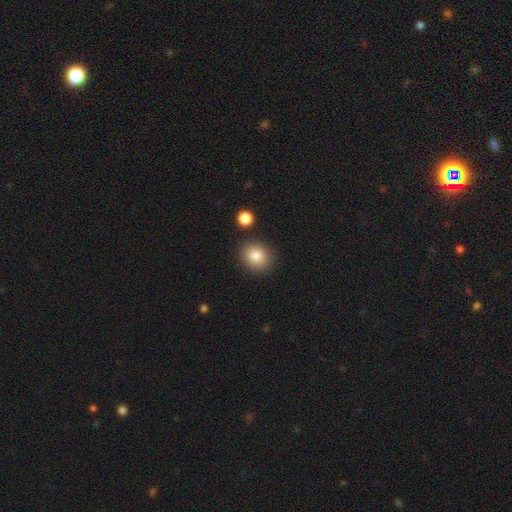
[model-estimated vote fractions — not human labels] This appears to be a smooth galaxy with no disk features (83%) that is round (73%). Merging: none (86%).